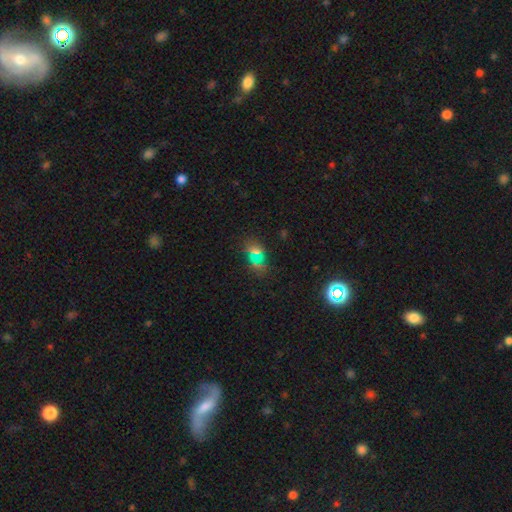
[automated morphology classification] smooth-or-featured: smooth: 50% | star or artifact: 37% | featured or disk: 13%
  how-rounded: in between: 74% | round: 20% | cigar-shaped: 6%
  merging: none: 71% | minor disturbance: 16% | major disturbance: 8% | merger: 6%